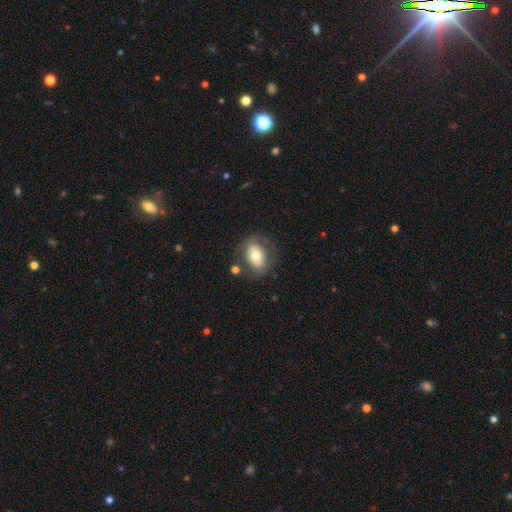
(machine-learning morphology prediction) type=smooth (62%); roundness=in between (72%); merging=none (69%).